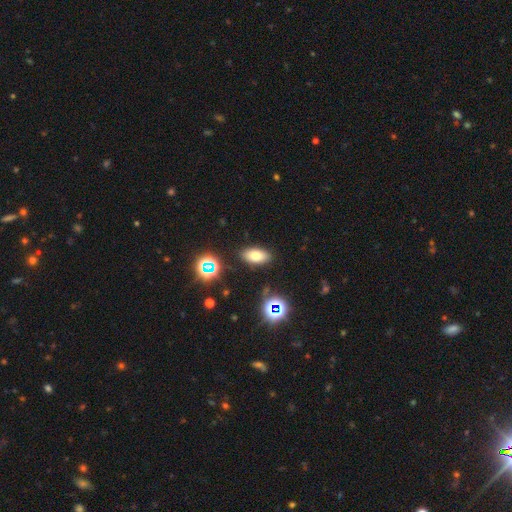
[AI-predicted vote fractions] Q: Smooth or featured?
A: smooth (71%); runner-up: star or artifact (16%)
Q: How rounded?
A: in between (88%); runner-up: round (7%)
Q: Merging?
A: none (86%); runner-up: minor disturbance (9%)